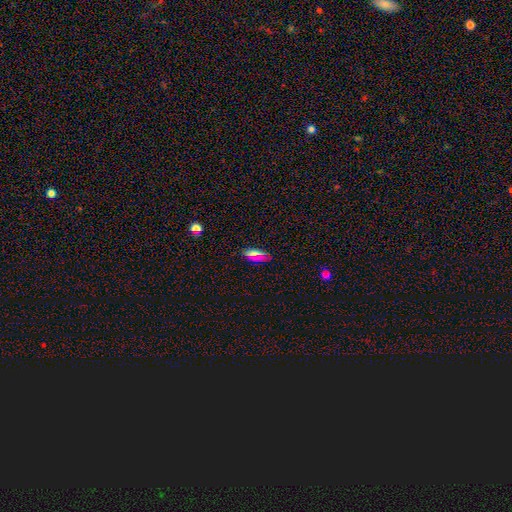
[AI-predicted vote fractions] Smooth or featured: smooth — 65% (star or artifact — 20%)
How rounded: in between — 81% (cigar-shaped — 14%)
Merging: none — 84% (minor disturbance — 12%)